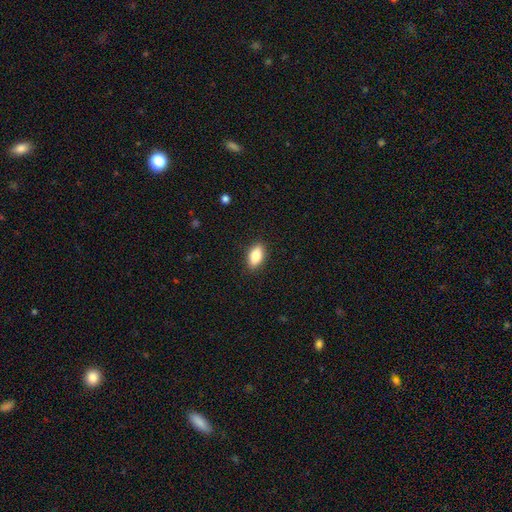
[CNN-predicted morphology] smooth_or_featured: smooth (p=0.84) [alt: featured or disk p=0.09]
how_rounded: in between (p=0.88) [alt: cigar-shaped p=0.08]
merging: none (p=0.89) [alt: minor disturbance p=0.08]